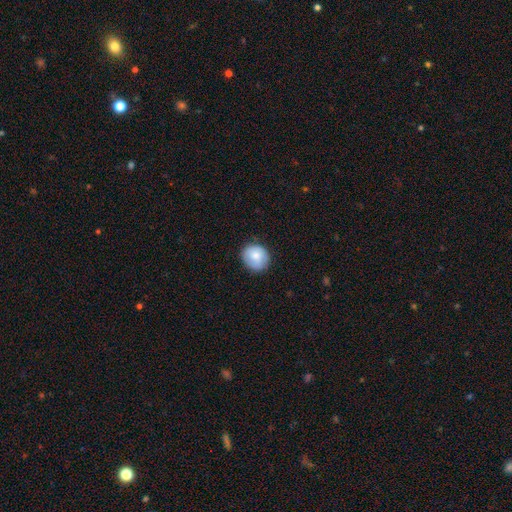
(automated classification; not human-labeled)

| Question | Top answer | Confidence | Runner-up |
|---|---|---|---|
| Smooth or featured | smooth | 80% | featured or disk (13%) |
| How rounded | round | 81% | in between (18%) |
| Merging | none | 82% | minor disturbance (14%) |